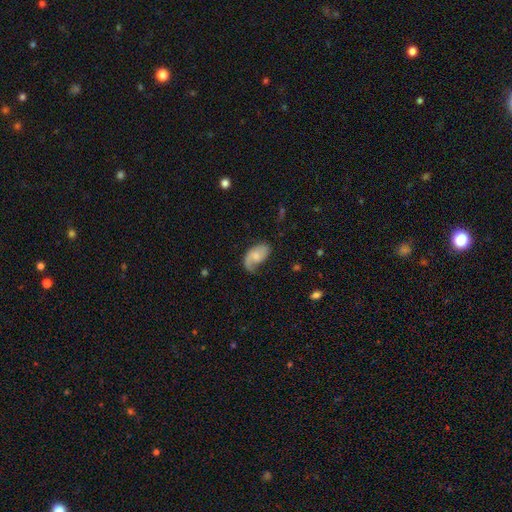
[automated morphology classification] The model was most divided on "smooth or featured": featured or disk: 49%, smooth: 44%, star or artifact: 7%. Remaining: merging — none (43%).